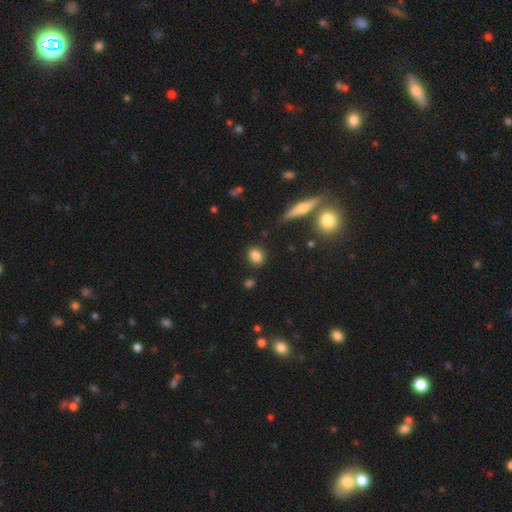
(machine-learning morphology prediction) Smooth or featured?
  - smooth: 84% *
  - star or artifact: 9%
  - featured or disk: 7%
How rounded?
  - in between: 65% *
  - round: 32%
  - cigar-shaped: 3%
Merging?
  - none: 86% *
  - minor disturbance: 9%
  - major disturbance: 3%
  - merger: 3%